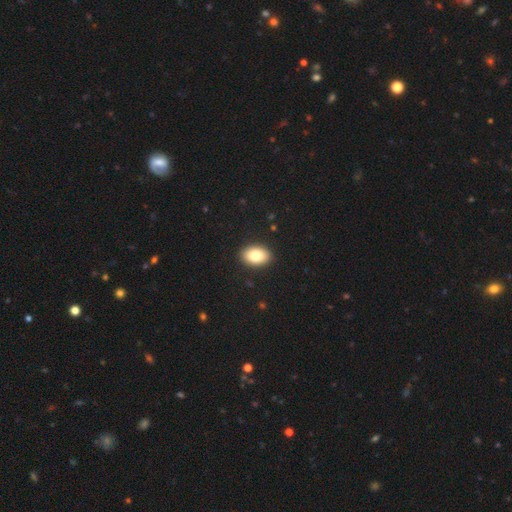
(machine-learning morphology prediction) Overall: smooth (81%). How rounded: in between (87%). Merging: none (91%).